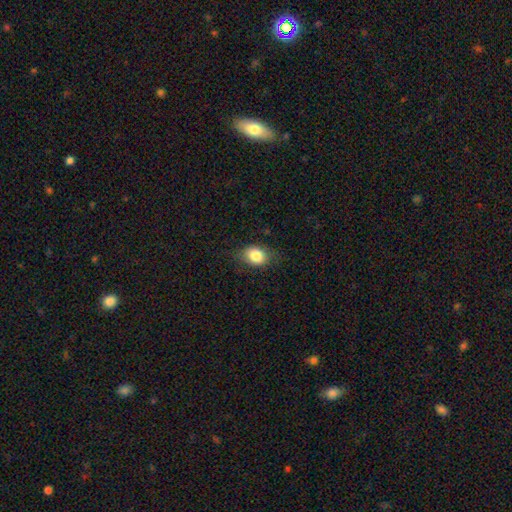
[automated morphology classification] This is clearly a smooth galaxy (84%). How rounded: likely in between (61%). Merging: likely none (75%).